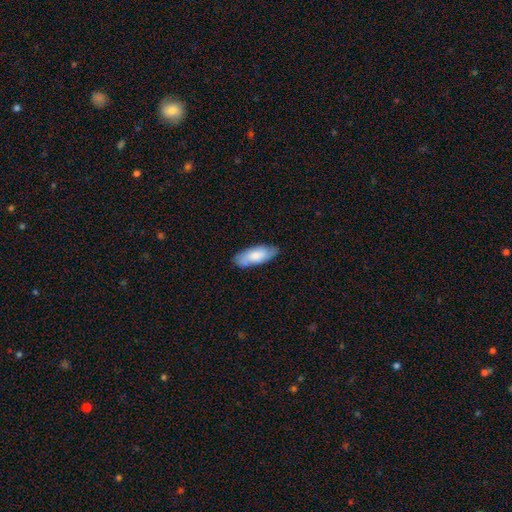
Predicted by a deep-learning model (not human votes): smooth_or_featured: smooth (p=0.75) [alt: featured or disk p=0.20]
how_rounded: in between (p=0.76) [alt: cigar-shaped p=0.22]
merging: none (p=0.80) [alt: minor disturbance p=0.16]